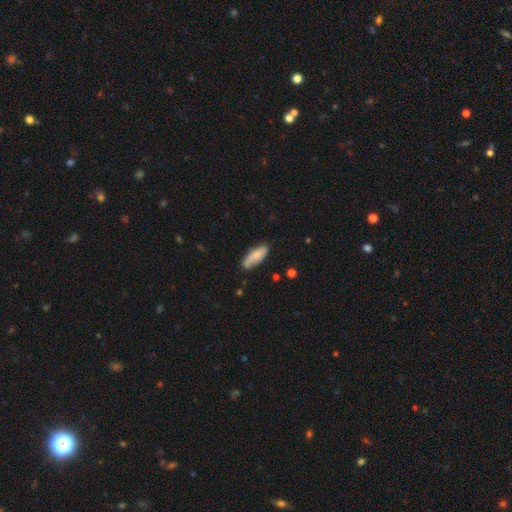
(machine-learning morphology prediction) smooth_or_featured: smooth (p=0.77) [alt: featured or disk p=0.17]
how_rounded: in between (p=0.62) [alt: cigar-shaped p=0.36]
merging: none (p=0.70) [alt: minor disturbance p=0.22]